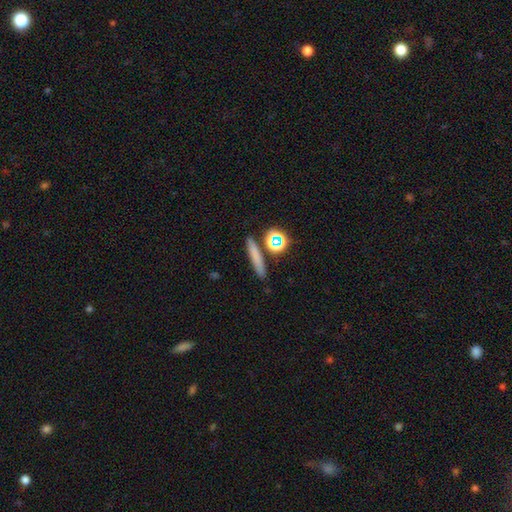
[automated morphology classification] smooth 69%, featured or disk 16%, star or artifact 15%. Down the decision tree: how rounded — cigar-shaped (78%); merging — none (81%).